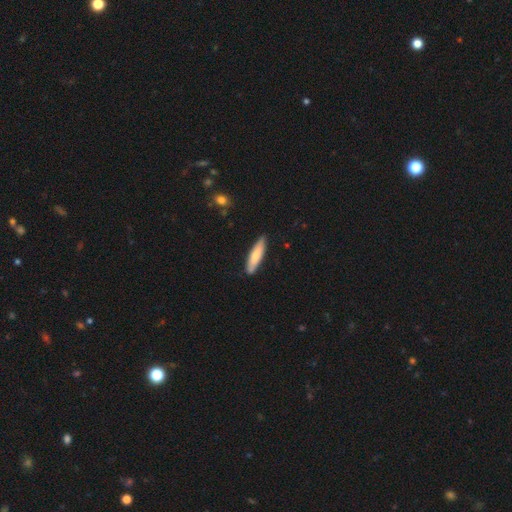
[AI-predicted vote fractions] smooth-or-featured: smooth: 74% | featured or disk: 20% | star or artifact: 5%
  how-rounded: cigar-shaped: 77% | in between: 22% | round: 1%
  merging: none: 84% | minor disturbance: 13% | major disturbance: 2% | merger: 1%